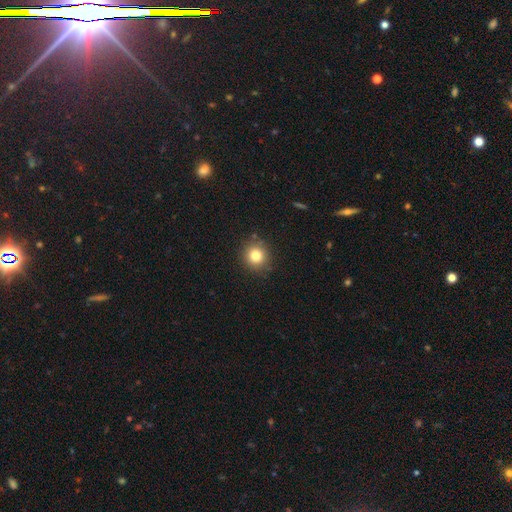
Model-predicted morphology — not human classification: A smooth galaxy with no disk features (81%) that is round (91%).

Vote fractions:
- Smooth or featured? smooth: 81% / star or artifact: 12% / featured or disk: 7%
- How rounded? round: 91% / in between: 8% / cigar-shaped: 1%
- Merging? none: 87% / minor disturbance: 9% / major disturbance: 2% / merger: 2%